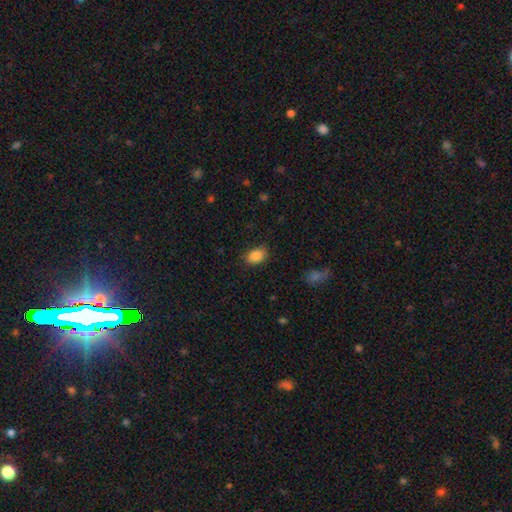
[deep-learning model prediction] Smooth or featured: smooth — 86% (star or artifact — 9%)
How rounded: in between — 77% (round — 21%)
Merging: none — 80% (minor disturbance — 15%)